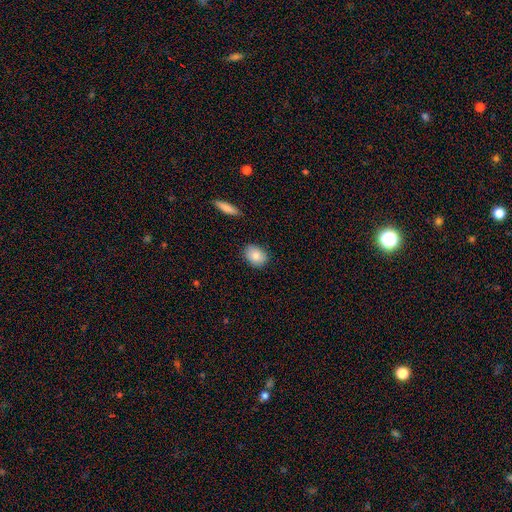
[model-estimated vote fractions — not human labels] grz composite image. It shows a smooth galaxy with no disk features (84%) that is in between round and cigar-shaped (66%). Merging: none (84%).